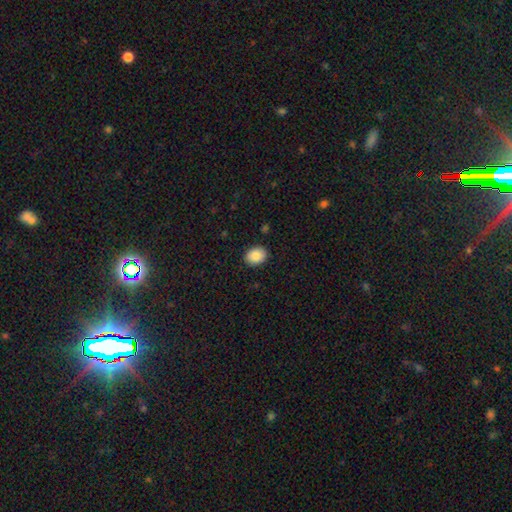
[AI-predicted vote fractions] Smooth or featured? Predicted: smooth (p=0.87). How rounded? Predicted: in between (p=0.63). Merging? Predicted: none (p=0.89).